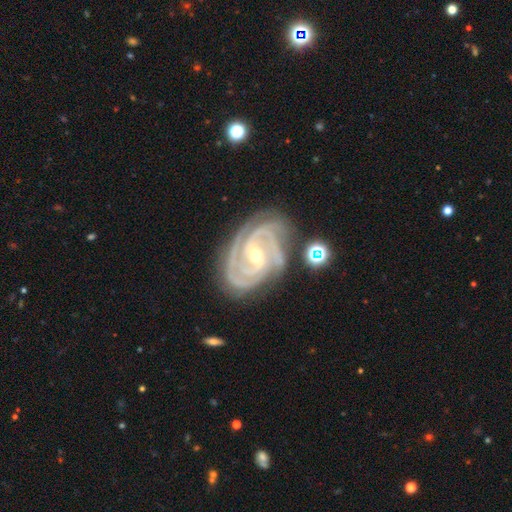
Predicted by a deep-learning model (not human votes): featured or disk 93%, star or artifact 4%, smooth 3%. Down the decision tree: edge-on disk — no (97%); bar — weak (41%); spiral arms — yes (99%); spiral arm count — 3 (48%); spiral winding — tight (71%); bulge size — small (53%); merging — none (69%).